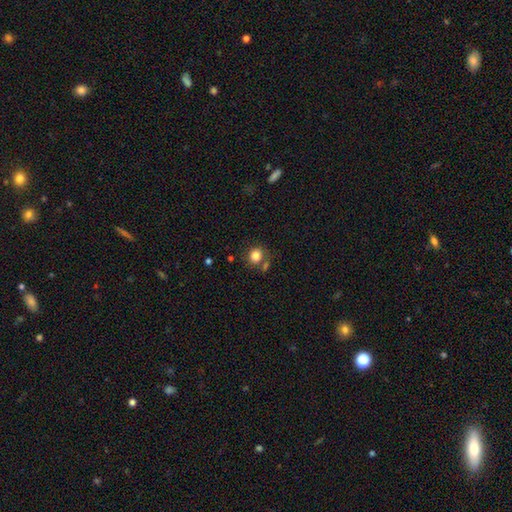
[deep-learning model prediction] A smooth galaxy with no disk features (83%) that is round (72%). Merging: none (67%).